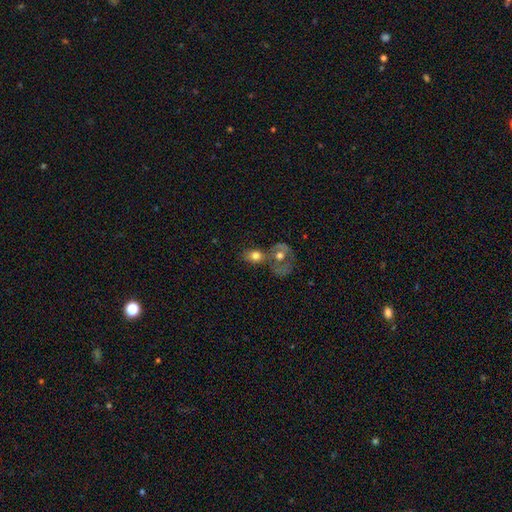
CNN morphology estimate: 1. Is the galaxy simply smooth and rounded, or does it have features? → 71% smooth, 20% featured or disk, 9% star or artifact.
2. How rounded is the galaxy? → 60% in between, 39% round, 2% cigar-shaped.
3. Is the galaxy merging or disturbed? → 49% merger, 34% none, 11% minor disturbance, 6% major disturbance.